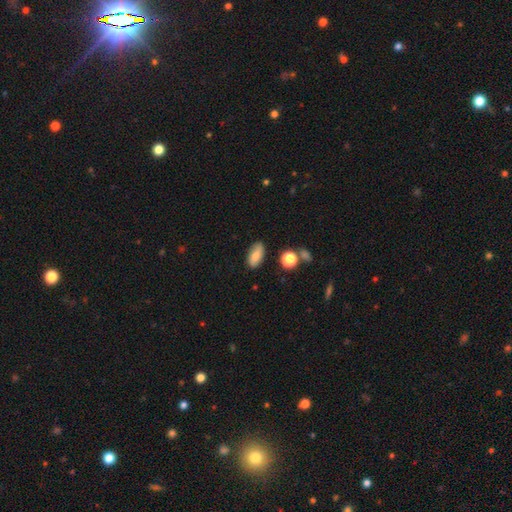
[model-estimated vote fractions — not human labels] A smooth galaxy with no disk features (75%) that is in between round and cigar-shaped (88%).

Vote fractions:
- Smooth or featured? smooth: 75% / featured or disk: 17% / star or artifact: 9%
- How rounded? in between: 88% / cigar-shaped: 7% / round: 5%
- Merging? none: 81% / minor disturbance: 14% / major disturbance: 3% / merger: 3%